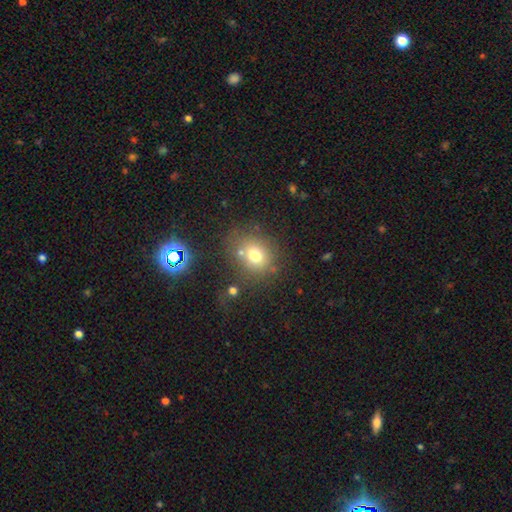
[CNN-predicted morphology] type=smooth (67%); roundness=round (71%); merging=none (68%).